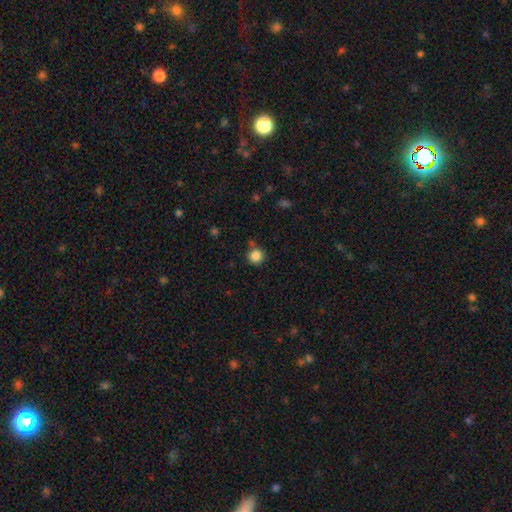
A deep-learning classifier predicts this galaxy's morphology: Q: Smooth or featured?
A: smooth (85%); runner-up: star or artifact (11%)
Q: How rounded?
A: round (92%); runner-up: in between (7%)
Q: Merging?
A: none (77%); runner-up: minor disturbance (13%)